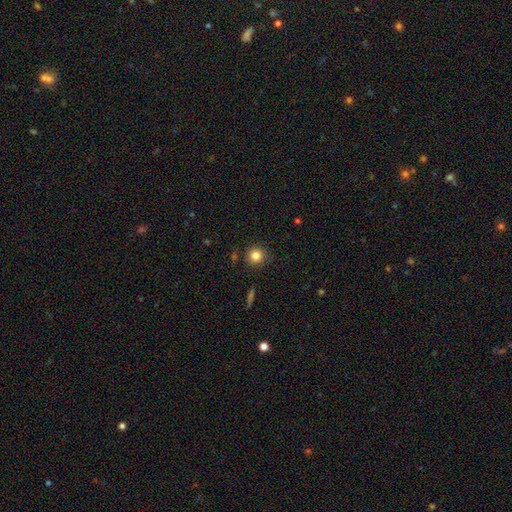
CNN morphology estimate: Overall: smooth (83%). How rounded: round (93%). Merging: none (87%).